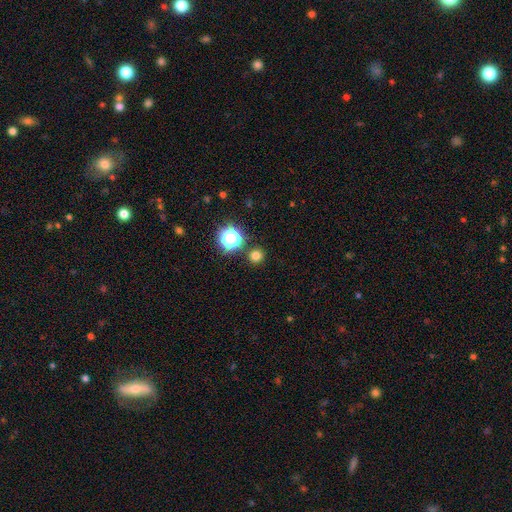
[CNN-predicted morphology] This appears to be a smooth galaxy with no disk features (75%) that is round (93%). Merging: none (88%).